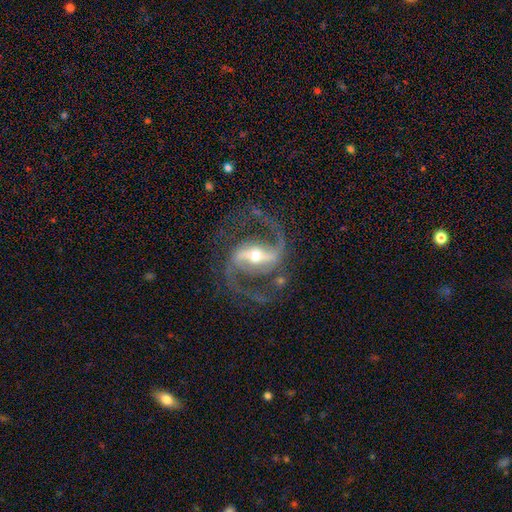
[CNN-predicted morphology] Overall: featured or disk (93%). Edge-on disk: no (97%). Bar: strong (69%). Spiral arms: yes (98%). Spiral arm count: 2 (94%). Spiral winding: medium (62%; loose 28%). Bulge size: moderate (58%; small 34%). Merging: none (77%).